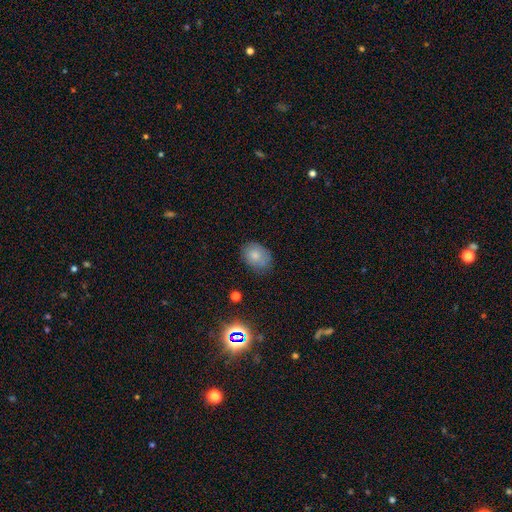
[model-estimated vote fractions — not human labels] A smooth galaxy with no disk features (77%) that is in between round and cigar-shaped (73%).

Vote fractions:
- Smooth or featured? smooth: 77% / featured or disk: 12% / star or artifact: 10%
- How rounded? in between: 73% / round: 26% / cigar-shaped: 1%
- Merging? none: 75% / minor disturbance: 19% / major disturbance: 4% / merger: 1%